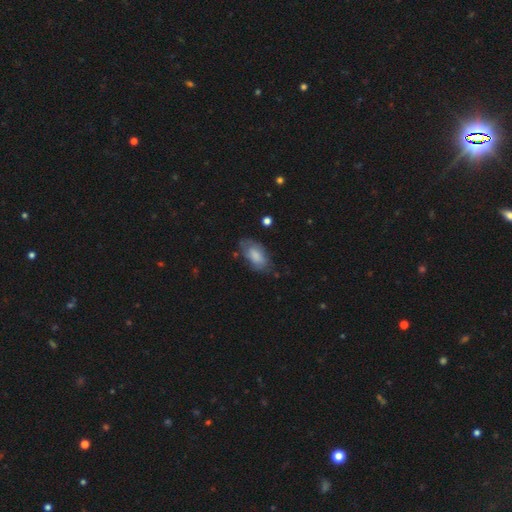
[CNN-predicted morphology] The model was most divided on "merging": none: 64%, minor disturbance: 26%, major disturbance: 8%, merger: 2%. More confident: how rounded — in between (93%); smooth or featured — smooth (75%).